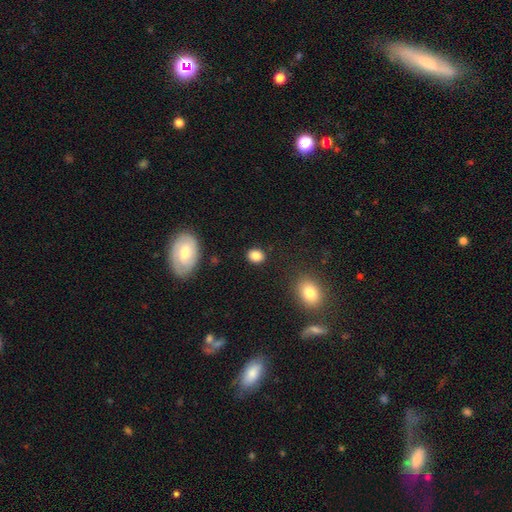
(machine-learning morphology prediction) type=smooth (85%); roundness=round (52%); merging=none (86%).